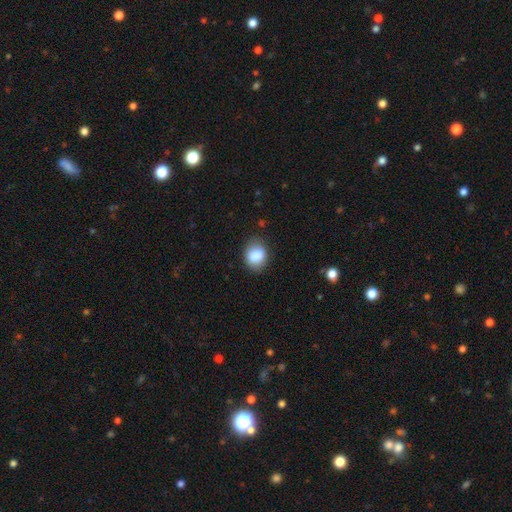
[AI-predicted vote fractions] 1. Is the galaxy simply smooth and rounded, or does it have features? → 85% smooth, 8% star or artifact, 7% featured or disk.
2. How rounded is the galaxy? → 52% in between, 47% round, 1% cigar-shaped.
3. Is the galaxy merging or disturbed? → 77% none, 18% minor disturbance, 4% major disturbance, 1% merger.